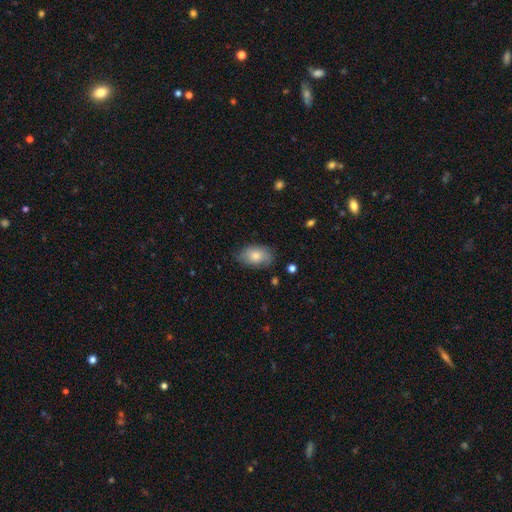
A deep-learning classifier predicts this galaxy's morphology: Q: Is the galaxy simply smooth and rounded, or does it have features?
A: smooth — 74%.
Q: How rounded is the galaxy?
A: in between — 89%.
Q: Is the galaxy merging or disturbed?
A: none — 72%.